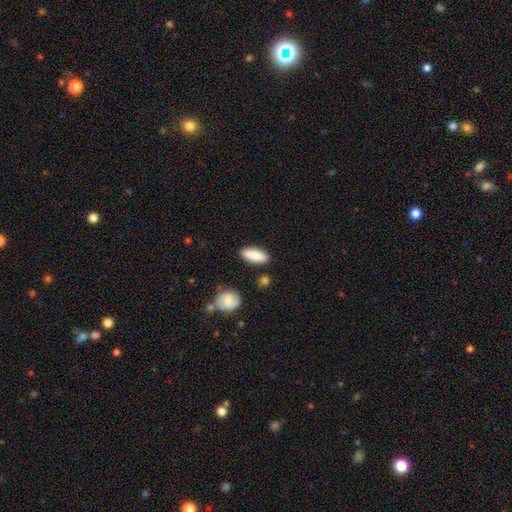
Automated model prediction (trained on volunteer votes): A smooth galaxy with no disk features (85%) that is in between round and cigar-shaped (66%).

Vote fractions:
- Smooth or featured? smooth: 85% / featured or disk: 9% / star or artifact: 6%
- How rounded? in between: 66% / cigar-shaped: 32% / round: 2%
- Merging? none: 86% / minor disturbance: 10% / merger: 2% / major disturbance: 2%